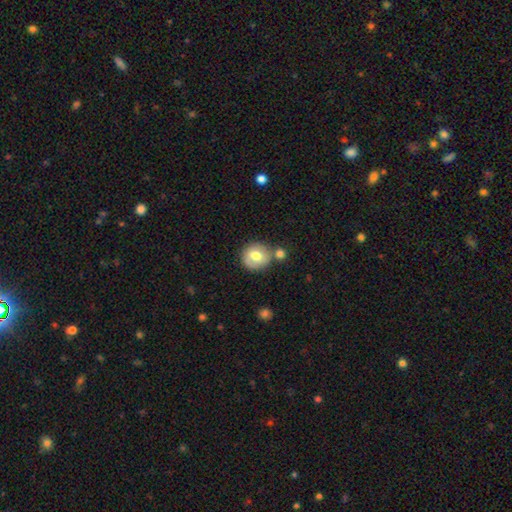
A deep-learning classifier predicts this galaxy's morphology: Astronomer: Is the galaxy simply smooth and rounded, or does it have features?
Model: smooth — 68%.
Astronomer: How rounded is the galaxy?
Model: round — 85%.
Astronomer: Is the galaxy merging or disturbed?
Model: none — 65%.